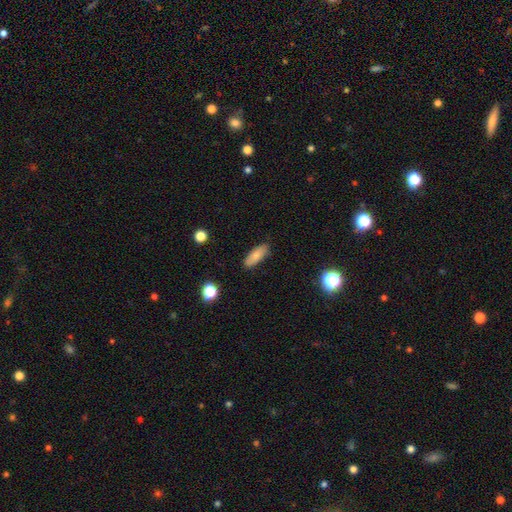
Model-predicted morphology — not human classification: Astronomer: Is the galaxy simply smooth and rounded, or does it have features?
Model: smooth — 81%.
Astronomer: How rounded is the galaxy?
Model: in between — 69%.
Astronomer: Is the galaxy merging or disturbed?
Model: none — 84%.